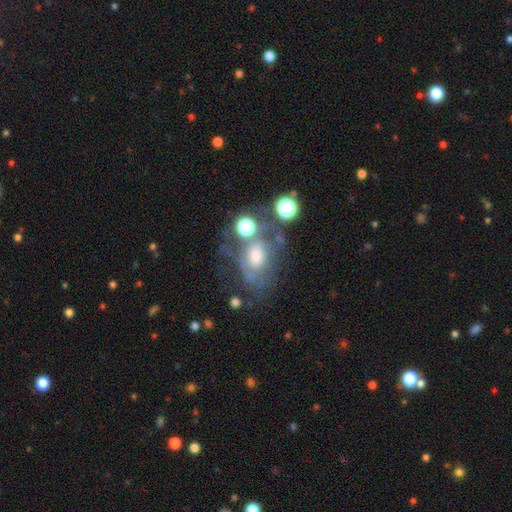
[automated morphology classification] smooth_or_featured: featured or disk (p=0.58) [alt: smooth p=0.26]
disk_edge_on: no (p=0.95) [alt: yes p=0.05]
bar: no (p=0.77) [alt: weak p=0.18]
has_spiral_arms: yes (p=0.54) [alt: no p=0.46]
bulge_size: moderate (p=0.50) [alt: small p=0.21]
merging: none (p=0.40) [alt: major disturbance p=0.23]